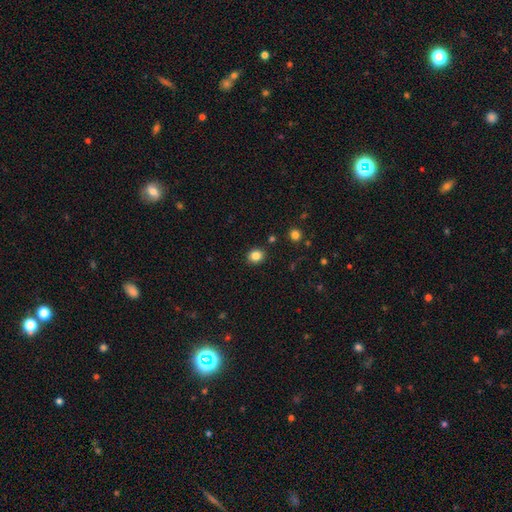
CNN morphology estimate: smooth-or-featured: smooth: 83% | star or artifact: 11% | featured or disk: 5%
  how-rounded: round: 68% | in between: 31% | cigar-shaped: 1%
  merging: none: 89% | minor disturbance: 7% | merger: 2% | major disturbance: 2%